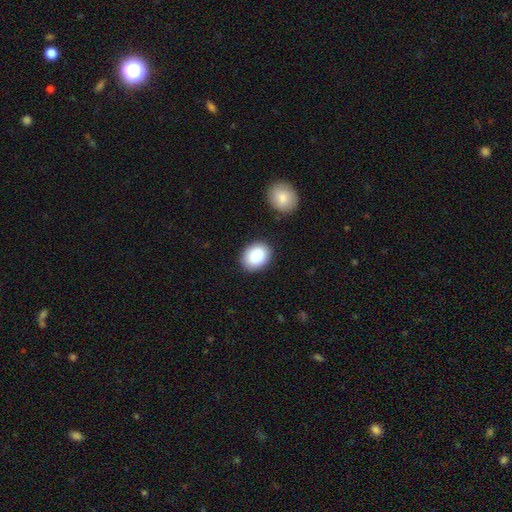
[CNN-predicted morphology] Smooth or featured? Predicted: smooth (p=0.89). How rounded? Predicted: in between (p=0.62). Merging? Predicted: none (p=0.85).